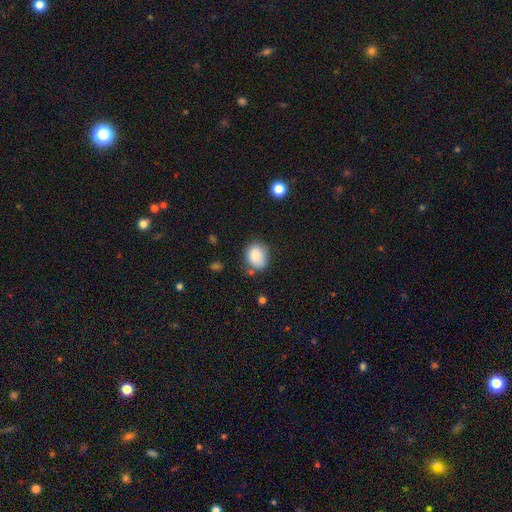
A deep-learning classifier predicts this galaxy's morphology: This is clearly a smooth galaxy (86%). How rounded: possibly round (50%). Merging: likely none (67%).